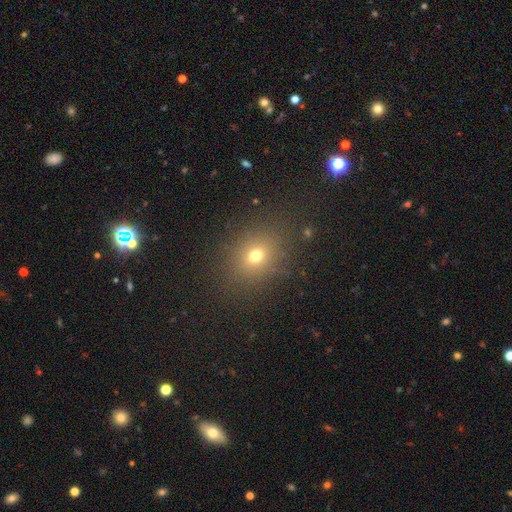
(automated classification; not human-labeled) smooth-or-featured: smooth: 69% | star or artifact: 20% | featured or disk: 11%
  how-rounded: round: 56% | in between: 43% | cigar-shaped: 1%
  merging: none: 84% | minor disturbance: 10% | major disturbance: 5% | merger: 2%